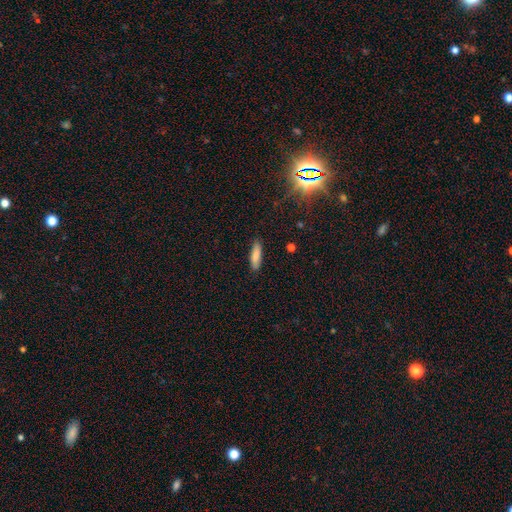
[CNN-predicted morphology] A smooth galaxy with no disk features (84%) that is cigar-shaped (63%).

Vote fractions:
- Smooth or featured? smooth: 84% / featured or disk: 9% / star or artifact: 7%
- How rounded? cigar-shaped: 63% / in between: 36% / round: 2%
- Merging? none: 85% / minor disturbance: 12% / major disturbance: 2% / merger: 1%